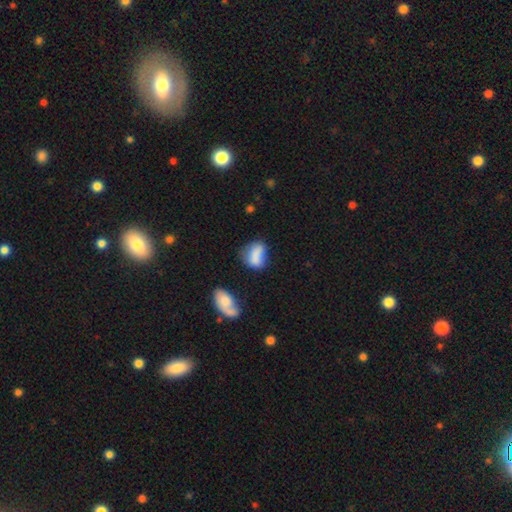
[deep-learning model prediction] Smooth or featured? Predicted: smooth (p=0.77). How rounded? Predicted: in between (p=0.79). Merging? Predicted: none (p=0.42).